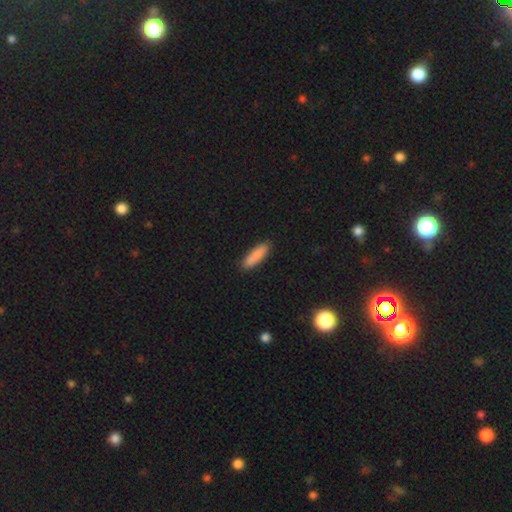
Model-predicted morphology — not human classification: Q: Smooth or featured?
A: smooth (87%); runner-up: featured or disk (7%)
Q: How rounded?
A: cigar-shaped (59%); runner-up: in between (39%)
Q: Merging?
A: none (86%); runner-up: minor disturbance (11%)